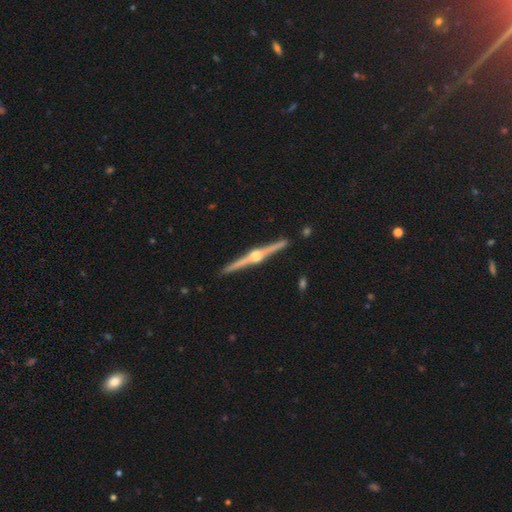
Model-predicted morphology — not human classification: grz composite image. It shows a featured or disk galaxy (90%) viewed edge-on (99%) with a rounded central bulge (93%). Merging: none (93%).